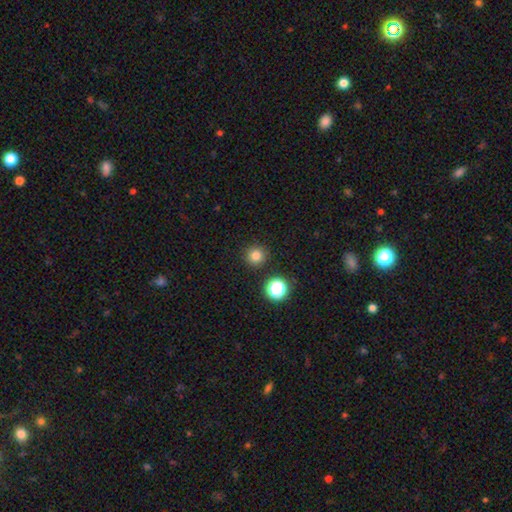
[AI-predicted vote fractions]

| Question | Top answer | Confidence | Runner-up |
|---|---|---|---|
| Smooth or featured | smooth | 80% | star or artifact (15%) |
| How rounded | round | 96% | in between (3%) |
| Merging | none | 91% | minor disturbance (5%) |